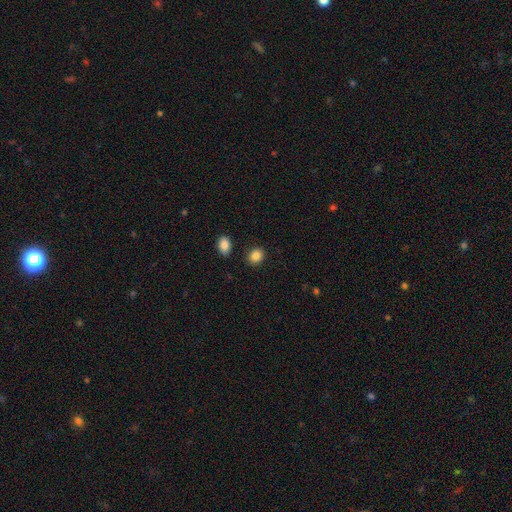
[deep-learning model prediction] Morphology: type=smooth (87%); roundness=round (54%); merging=none (87%).